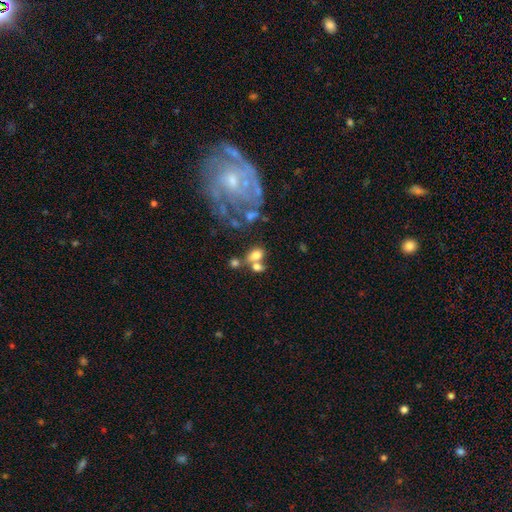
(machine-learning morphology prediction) A smooth galaxy with no disk features (71%) that is in between round and cigar-shaped (76%).

Vote fractions:
- Smooth or featured? smooth: 71% / featured or disk: 18% / star or artifact: 11%
- How rounded? in between: 76% / round: 22% / cigar-shaped: 2%
- Merging? merger: 42% / none: 37% / minor disturbance: 13% / major disturbance: 8%